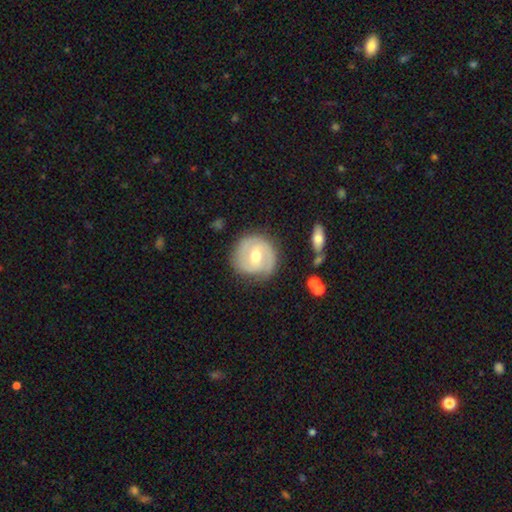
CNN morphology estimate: Q: Smooth or featured?
A: featured or disk (68%); runner-up: smooth (27%)
Q: Edge-on disk?
A: no (97%); runner-up: yes (3%)
Q: Bar?
A: weak (50%); runner-up: no (33%)
Q: Spiral arms?
A: yes (82%); runner-up: no (18%)
Q: Spiral winding?
A: tight (46%); runner-up: medium (39%)
Q: Spiral arm count?
A: 2 (72%); runner-up: can't tell (14%)
Q: Bulge size?
A: moderate (76%); runner-up: small (17%)
Q: Merging?
A: none (75%); runner-up: minor disturbance (17%)